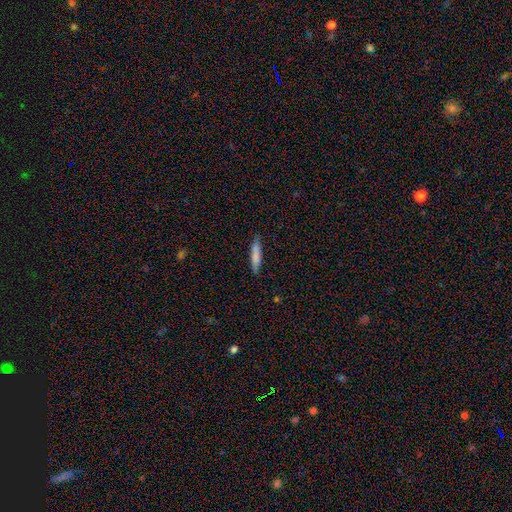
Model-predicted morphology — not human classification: Smooth or featured? Predicted: smooth (p=0.80). How rounded? Predicted: cigar-shaped (p=0.85). Merging? Predicted: none (p=0.85).